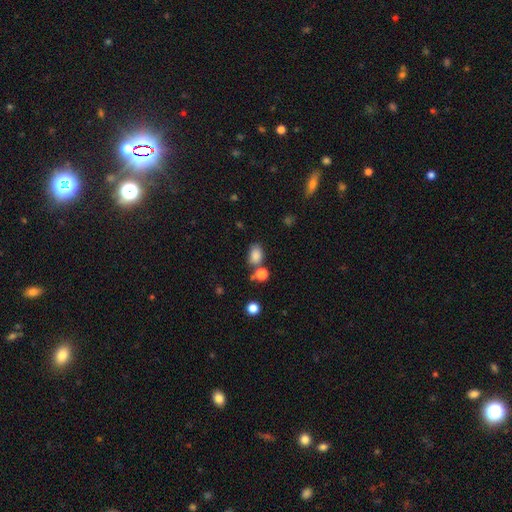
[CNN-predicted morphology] smooth 83%, star or artifact 11%, featured or disk 6%. Down the decision tree: how rounded — in between (77%); merging — none (63%).